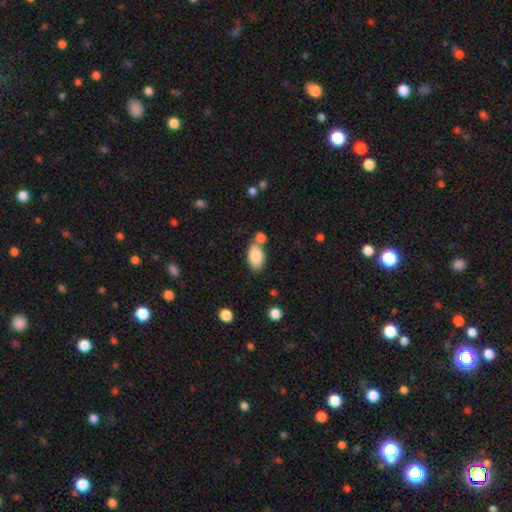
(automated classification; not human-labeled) The model was most divided on "merging": none: 64%, merger: 19%, minor disturbance: 13%, major disturbance: 3%. More confident: how rounded — in between (93%); smooth or featured — smooth (85%).